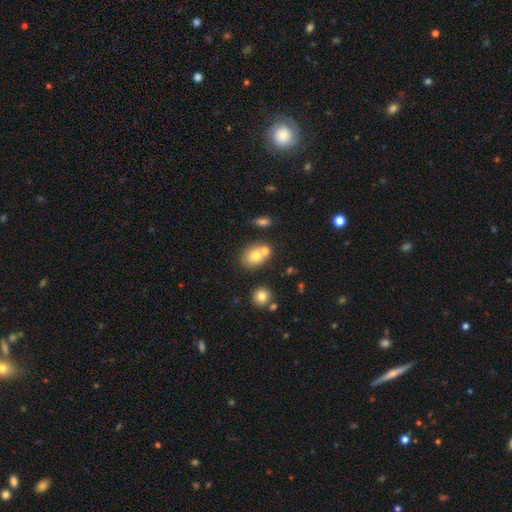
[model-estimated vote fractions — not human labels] Smooth or featured?
  - smooth: 73% *
  - featured or disk: 16%
  - star or artifact: 11%
How rounded?
  - in between: 56% *
  - round: 43%
  - cigar-shaped: 1%
Merging?
  - none: 53% *
  - merger: 31%
  - minor disturbance: 12%
  - major disturbance: 4%